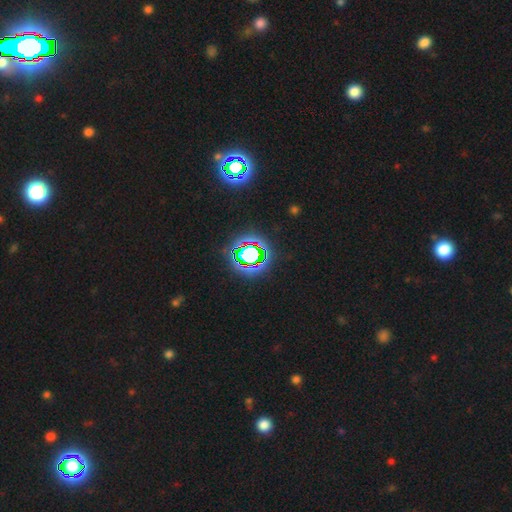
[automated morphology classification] This appears to be a star or artifact, not a galaxy (81%).